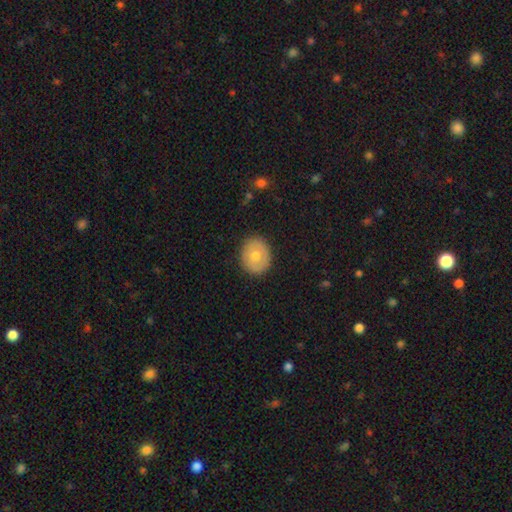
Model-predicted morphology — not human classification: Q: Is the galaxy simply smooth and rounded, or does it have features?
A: smooth — 65%.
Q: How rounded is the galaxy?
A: round — 67%.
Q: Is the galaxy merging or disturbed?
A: none — 87%.